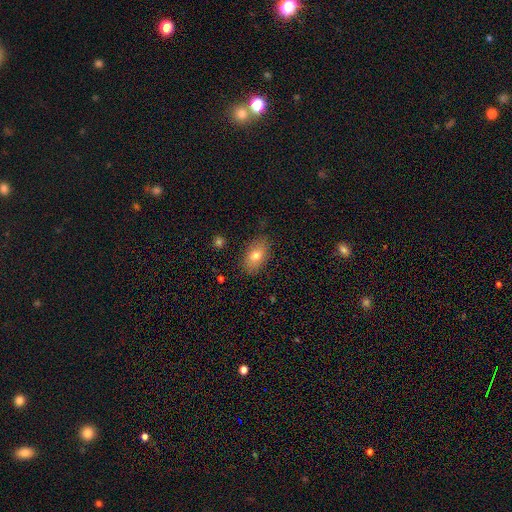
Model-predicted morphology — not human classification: This appears to be a smooth galaxy with no disk features (75%) that is in between round and cigar-shaped (88%). Merging: none (83%).